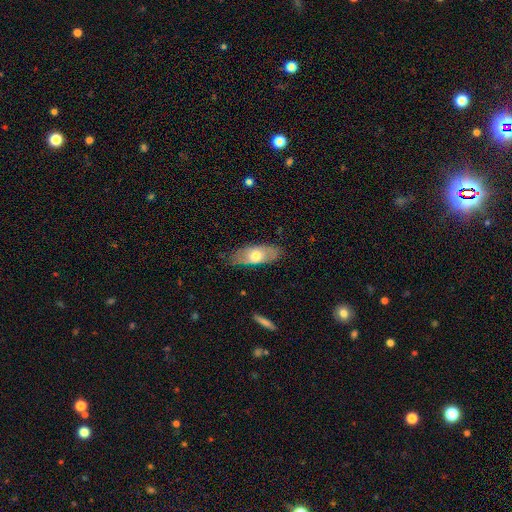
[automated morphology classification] Overall: smooth (56%; featured or disk 38%). How rounded: in between (82%). Merging: none (77%).